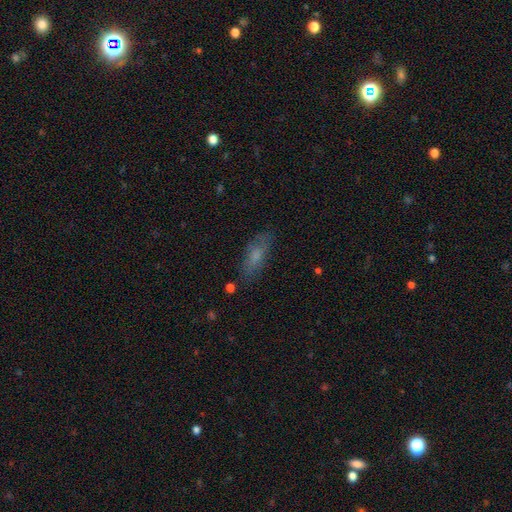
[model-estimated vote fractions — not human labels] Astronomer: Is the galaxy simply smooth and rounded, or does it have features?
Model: smooth — 65%.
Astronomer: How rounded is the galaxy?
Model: in between — 54% (runner-up: cigar-shaped, 43%).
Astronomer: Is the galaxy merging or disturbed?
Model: none — 77%.